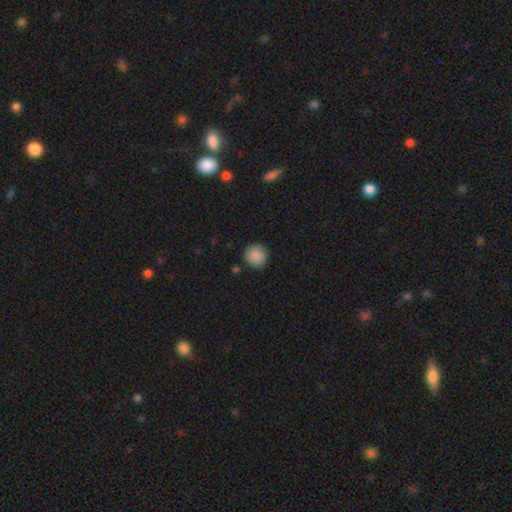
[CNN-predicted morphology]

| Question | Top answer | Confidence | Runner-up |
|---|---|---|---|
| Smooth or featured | smooth | 89% | star or artifact (8%) |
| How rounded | round | 94% | in between (5%) |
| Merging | none | 90% | minor disturbance (6%) |